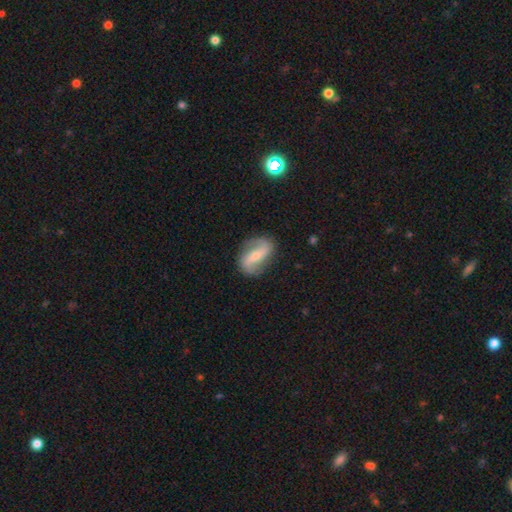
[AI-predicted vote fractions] Q: Smooth or featured?
A: featured or disk (77%); runner-up: smooth (17%)
Q: Edge-on disk?
A: no (95%); runner-up: yes (5%)
Q: Bar?
A: strong (42%); runner-up: weak (34%)
Q: Spiral arms?
A: yes (91%); runner-up: no (9%)
Q: Spiral winding?
A: loose (63%); runner-up: medium (27%)
Q: Spiral arm count?
A: 2 (91%); runner-up: can't tell (3%)
Q: Bulge size?
A: small (53%); runner-up: moderate (39%)
Q: Merging?
A: none (81%); runner-up: minor disturbance (13%)